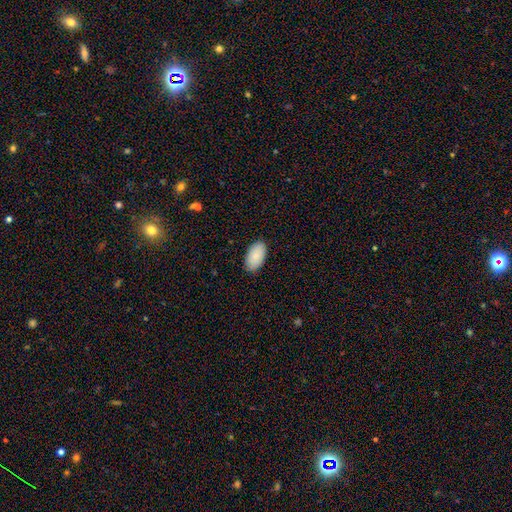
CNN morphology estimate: type=smooth (88%); roundness=in between (96%); merging=none (88%).